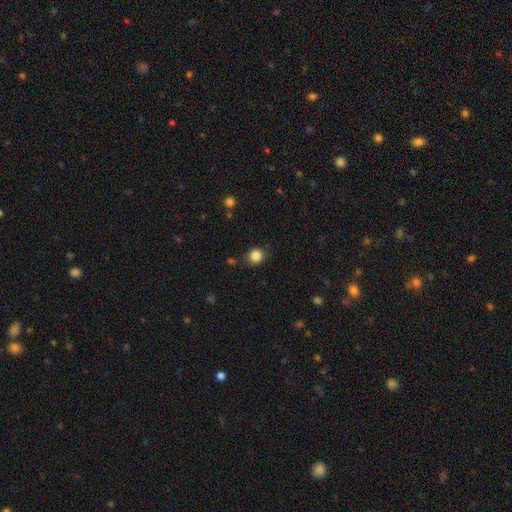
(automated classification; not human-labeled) Smooth or featured?
  - smooth: 85% *
  - star or artifact: 11%
  - featured or disk: 4%
How rounded?
  - round: 80% *
  - in between: 19%
  - cigar-shaped: 1%
Merging?
  - none: 80% *
  - minor disturbance: 14%
  - major disturbance: 4%
  - merger: 2%